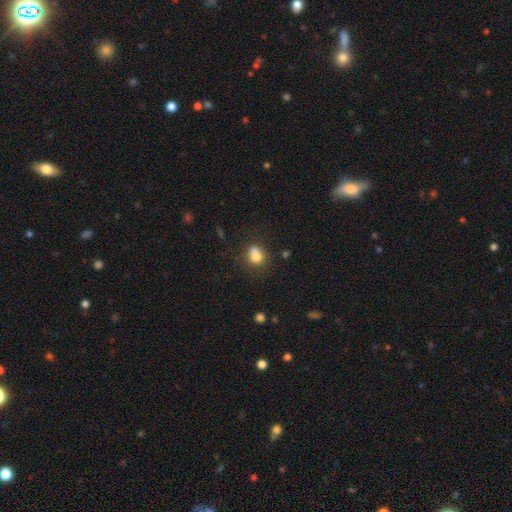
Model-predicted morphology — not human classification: smooth_or_featured: smooth (p=0.76) [alt: featured or disk p=0.13]
how_rounded: round (p=0.63) [alt: in between p=0.36]
merging: none (p=0.43) [alt: merger p=0.33]